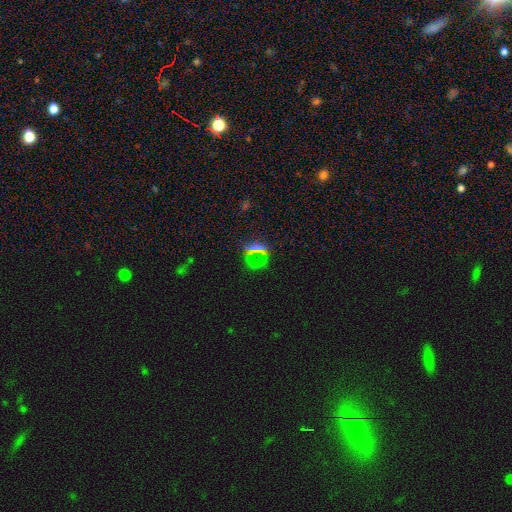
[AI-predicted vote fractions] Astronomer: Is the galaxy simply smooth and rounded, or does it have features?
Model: star or artifact — 53% (runner-up: smooth, 36%).